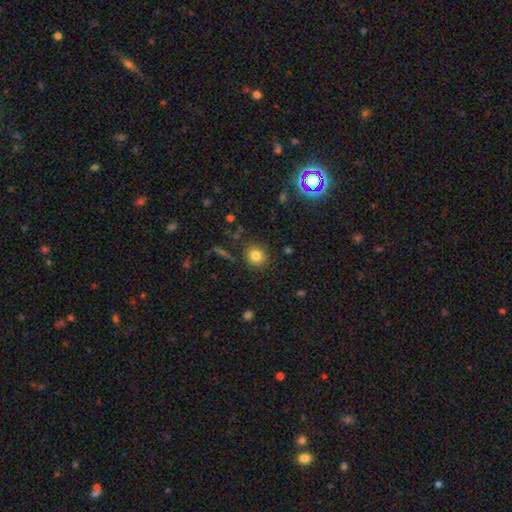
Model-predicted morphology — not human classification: Smooth or featured? smooth (81%)
How rounded? round (84%)
Merging? none (87%)